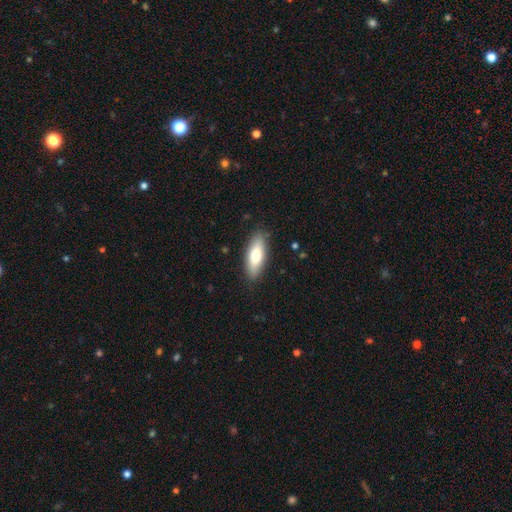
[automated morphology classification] Q: Smooth or featured?
A: smooth (73%); runner-up: featured or disk (21%)
Q: How rounded?
A: in between (66%); runner-up: cigar-shaped (32%)
Q: Merging?
A: none (86%); runner-up: minor disturbance (10%)